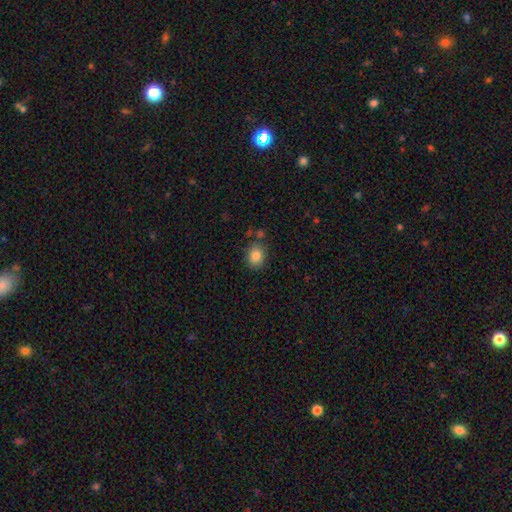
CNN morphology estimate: A smooth galaxy with no disk features (84%) that is round (57%). Merging: none (79%).